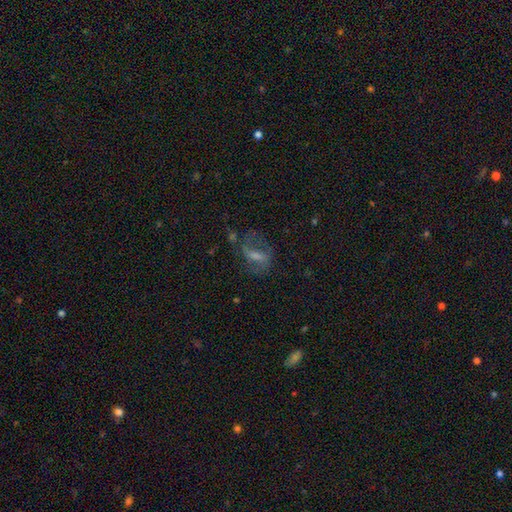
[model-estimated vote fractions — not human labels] The model was most divided on "bulge size": moderate: 34%, small: 33%, none: 23%, large: 8%, dominant: 2%. Remaining: edge-on disk — no (91%); spiral arms — yes (63%); smooth or featured — featured or disk (56%); merging — none (51%); bar — weak (41%).